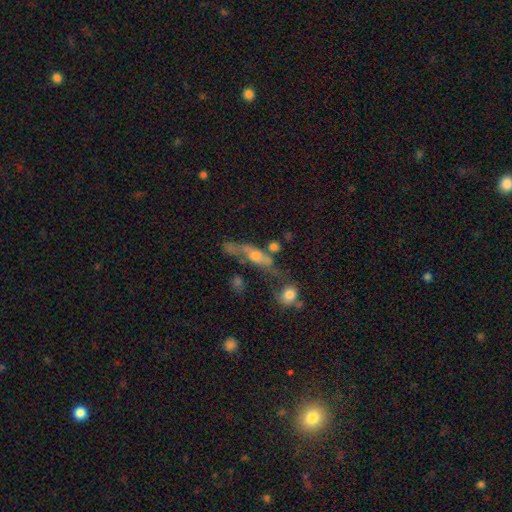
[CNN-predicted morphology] smooth_or_featured: featured or disk (p=0.51) [alt: smooth p=0.36]
disk_edge_on: no (p=0.57) [alt: yes p=0.43]
merging: none (p=0.35) [alt: merger p=0.25]